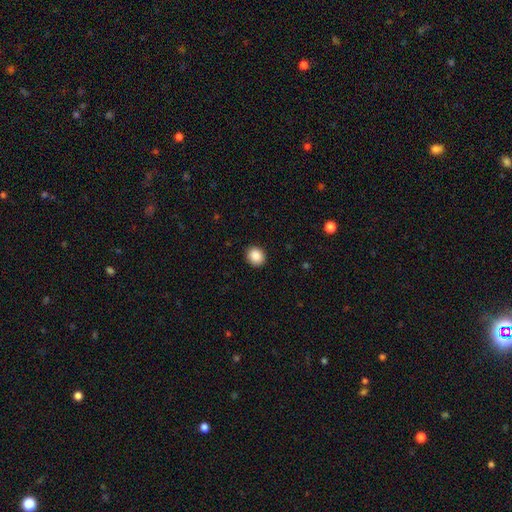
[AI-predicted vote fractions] Morphology: type=smooth (89%); roundness=round (81%); merging=none (92%).